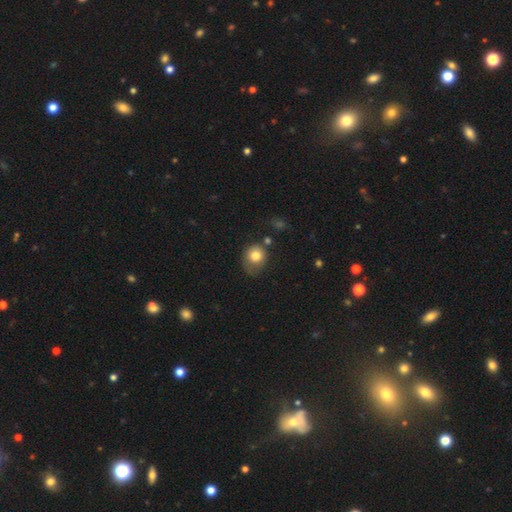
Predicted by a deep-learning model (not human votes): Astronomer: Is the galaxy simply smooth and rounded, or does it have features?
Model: smooth — 78%.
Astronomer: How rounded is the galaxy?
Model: round — 70%.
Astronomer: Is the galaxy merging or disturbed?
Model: none — 49% (runner-up: minor disturbance, 30%).